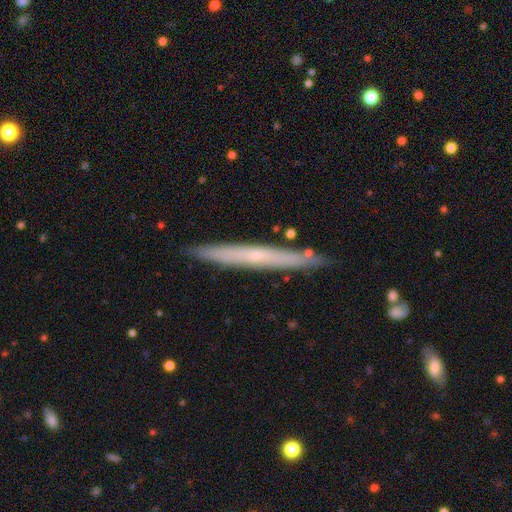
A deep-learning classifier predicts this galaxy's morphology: A featured or disk galaxy (56%) viewed edge-on (94%) with no central bulge (65%). Merging: none (89%).